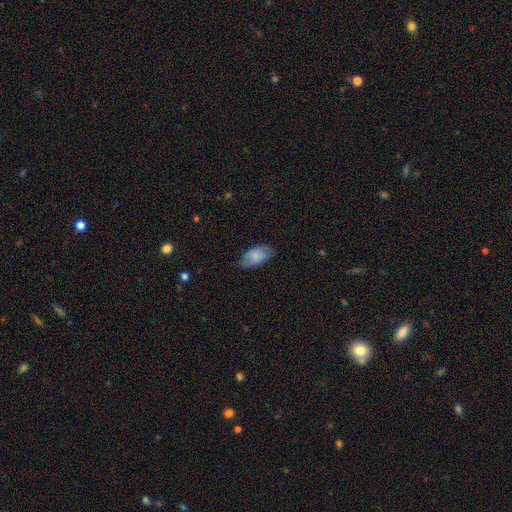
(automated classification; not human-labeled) Smooth or featured: smooth — 81% (featured or disk — 12%)
How rounded: in between — 94% (round — 3%)
Merging: none — 70% (minor disturbance — 24%)